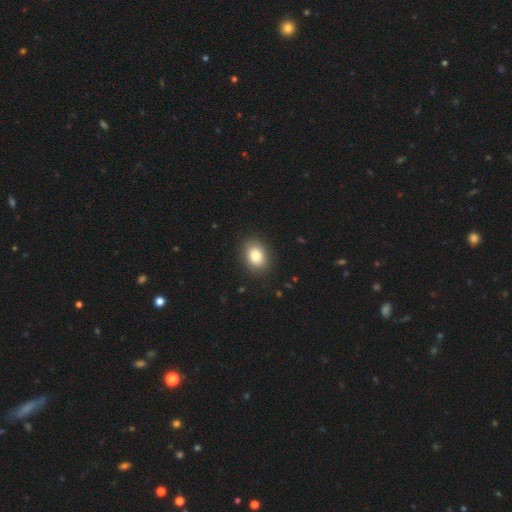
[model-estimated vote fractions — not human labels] A smooth galaxy with no disk features (82%) that is in between round and cigar-shaped (69%).

Vote fractions:
- Smooth or featured? smooth: 82% / featured or disk: 10% / star or artifact: 8%
- How rounded? in between: 69% / round: 30% / cigar-shaped: 1%
- Merging? none: 88% / minor disturbance: 9% / major disturbance: 3% / merger: 1%